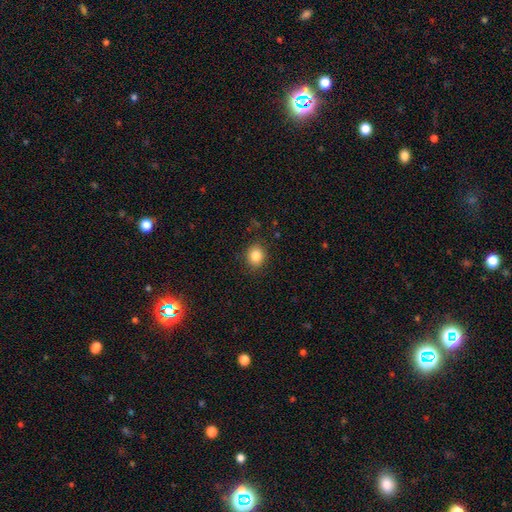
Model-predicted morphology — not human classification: type=smooth (85%); roundness=round (65%); merging=none (87%).